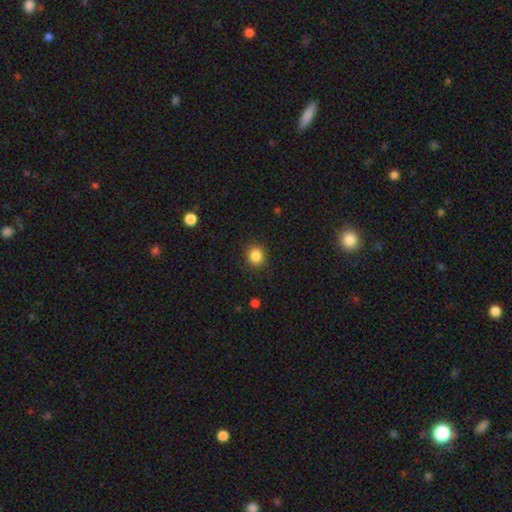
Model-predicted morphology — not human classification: smooth-or-featured: smooth: 86% | star or artifact: 10% | featured or disk: 4%
  how-rounded: round: 81% | in between: 18% | cigar-shaped: 1%
  merging: none: 90% | minor disturbance: 7% | major disturbance: 2% | merger: 1%